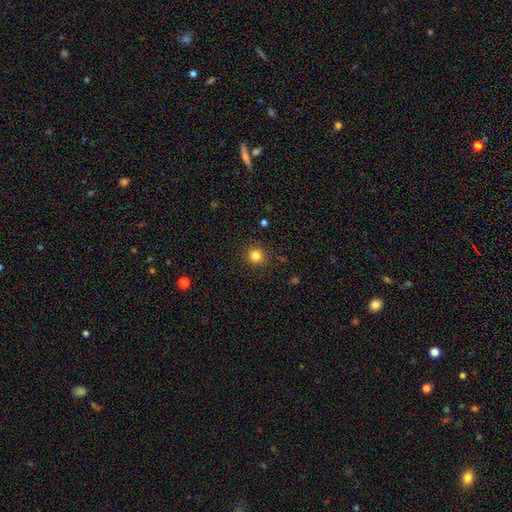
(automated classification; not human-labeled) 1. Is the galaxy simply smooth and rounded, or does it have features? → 82% smooth, 13% star or artifact, 5% featured or disk.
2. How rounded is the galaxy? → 94% round, 5% in between, 1% cigar-shaped.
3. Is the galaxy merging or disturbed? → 91% none, 6% minor disturbance, 2% major disturbance, 1% merger.